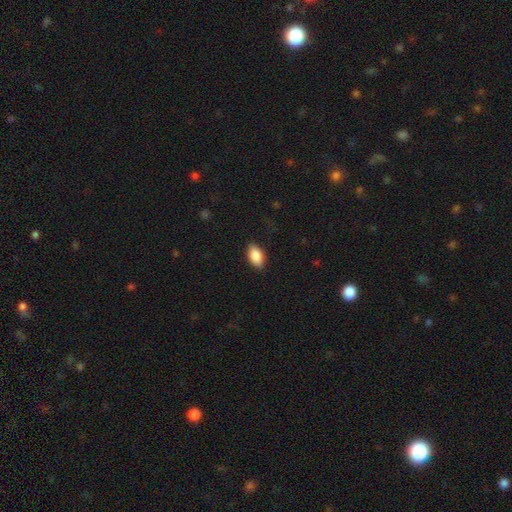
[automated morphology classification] A smooth galaxy with no disk features (87%) that is in between round and cigar-shaped (92%).

Vote fractions:
- Smooth or featured? smooth: 87% / star or artifact: 7% / featured or disk: 6%
- How rounded? in between: 92% / round: 5% / cigar-shaped: 3%
- Merging? none: 87% / minor disturbance: 10% / major disturbance: 2% / merger: 1%